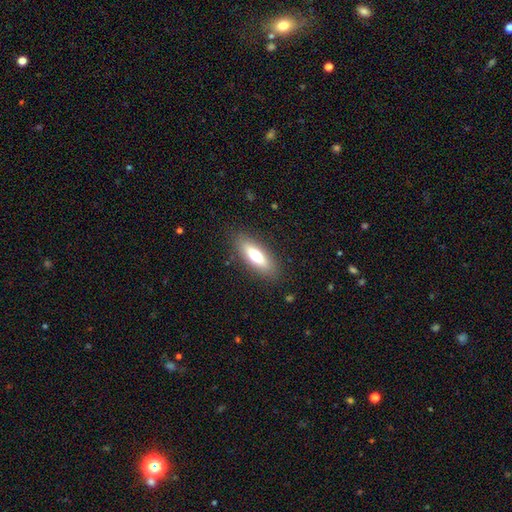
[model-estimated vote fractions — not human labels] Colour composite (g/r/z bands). It shows a smooth galaxy with no disk features (71%) that is in between round and cigar-shaped (57%). Merging: none (86%).